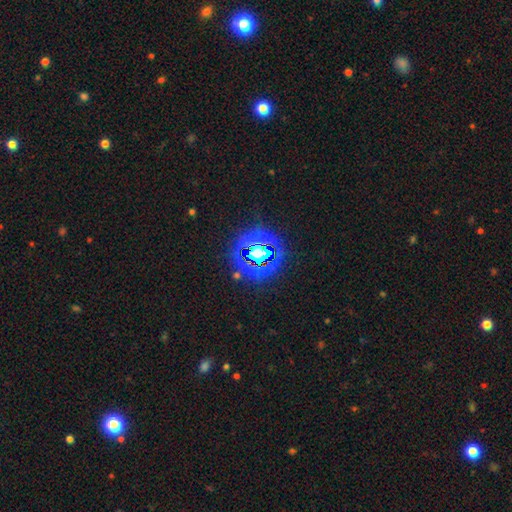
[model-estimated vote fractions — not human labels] smooth_or_featured: star or artifact (p=0.84) [alt: smooth p=0.10]